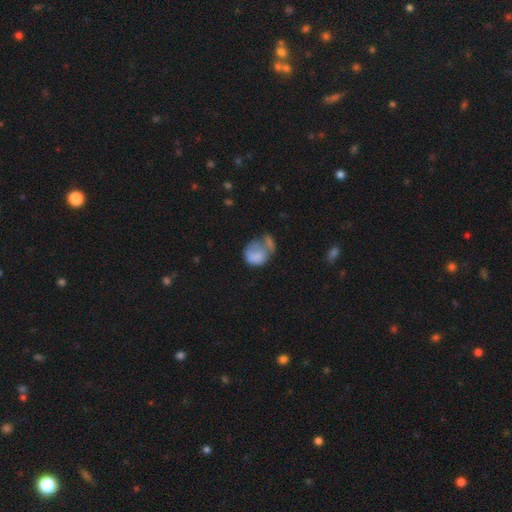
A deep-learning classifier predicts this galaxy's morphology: smooth-or-featured: smooth: 69% | featured or disk: 23% | star or artifact: 8%
  how-rounded: round: 53% | in between: 46% | cigar-shaped: 1%
  merging: major disturbance: 33% | merger: 27% | none: 21% | minor disturbance: 19%